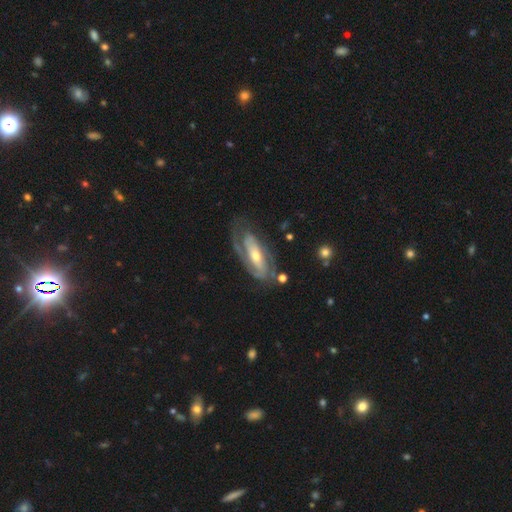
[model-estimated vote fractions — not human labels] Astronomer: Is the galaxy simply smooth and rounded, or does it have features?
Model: featured or disk — 85%.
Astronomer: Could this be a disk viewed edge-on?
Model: no — 91%.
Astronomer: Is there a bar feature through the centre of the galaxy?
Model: no — 34%, tied with strong at 34%.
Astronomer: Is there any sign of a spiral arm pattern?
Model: yes — 92%.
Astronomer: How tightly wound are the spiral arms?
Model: tight — 53% (runner-up: medium, 35%).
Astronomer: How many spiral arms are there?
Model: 2 — 64%.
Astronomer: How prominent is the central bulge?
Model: moderate — 55% (runner-up: small, 40%).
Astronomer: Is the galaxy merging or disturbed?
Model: none — 67%.